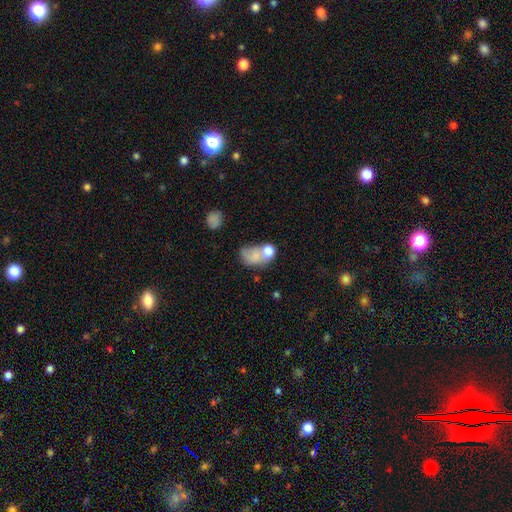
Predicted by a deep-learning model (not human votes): Smooth or featured? smooth (65%)
How rounded? in between (72%)
Merging? merger (37%)